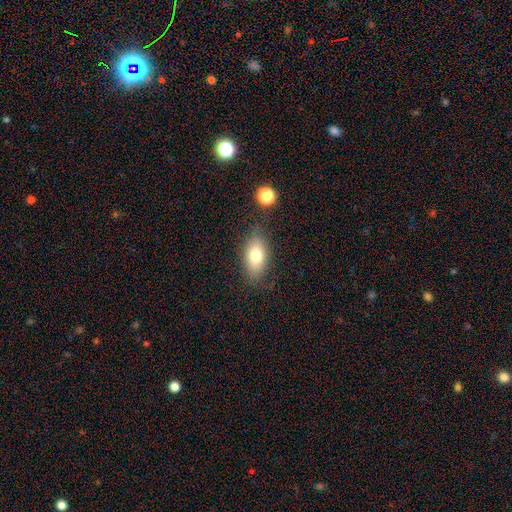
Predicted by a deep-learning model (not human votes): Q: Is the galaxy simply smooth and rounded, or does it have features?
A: smooth — 76%.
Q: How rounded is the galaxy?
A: in between — 88%.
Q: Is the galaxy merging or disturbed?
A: none — 76%.